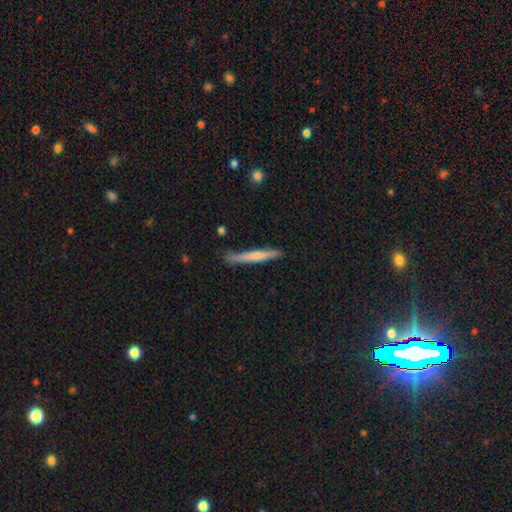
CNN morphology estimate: type=smooth (55%); roundness=cigar-shaped (96%); merging=none (83%).